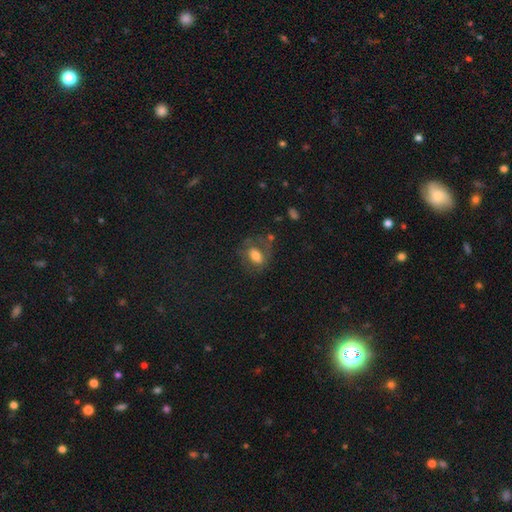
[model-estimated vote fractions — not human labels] smooth-or-featured: smooth: 62% | featured or disk: 26% | star or artifact: 12%
  how-rounded: in between: 77% | round: 20% | cigar-shaped: 3%
  merging: none: 52% | minor disturbance: 23% | major disturbance: 21% | merger: 4%